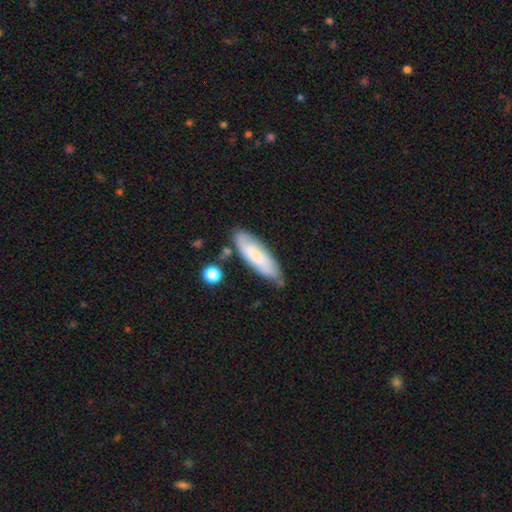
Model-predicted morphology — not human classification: This appears to be a smooth galaxy with no disk features (74%) that is cigar-shaped (53%). Merging: none (70%).